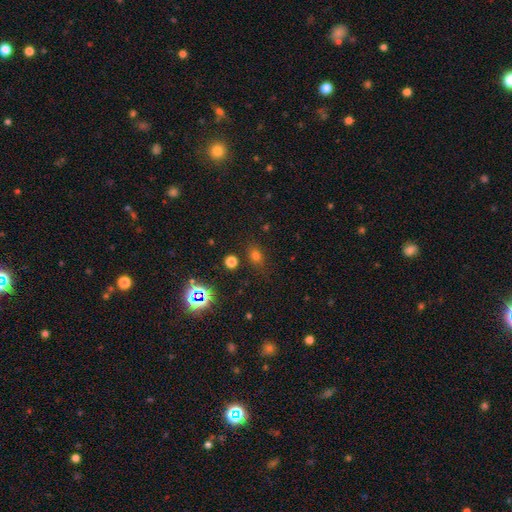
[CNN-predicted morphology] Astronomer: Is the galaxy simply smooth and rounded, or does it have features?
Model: smooth — 69%.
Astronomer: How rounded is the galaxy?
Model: in between — 55% (runner-up: round, 43%).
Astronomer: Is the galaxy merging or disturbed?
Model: none — 78%.